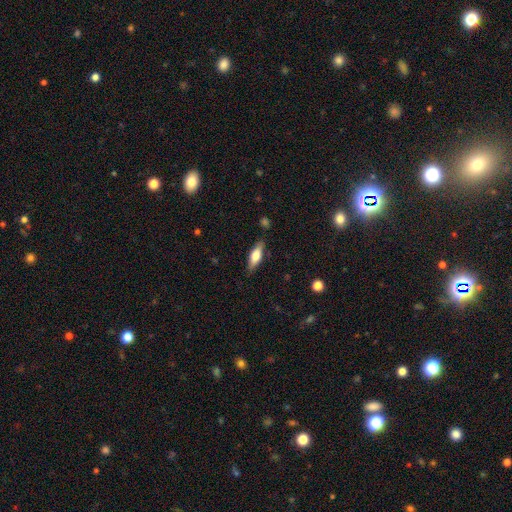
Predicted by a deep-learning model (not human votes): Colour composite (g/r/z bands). It shows a smooth galaxy with no disk features (64%) that is in between round and cigar-shaped (60%). Merging: none (82%).